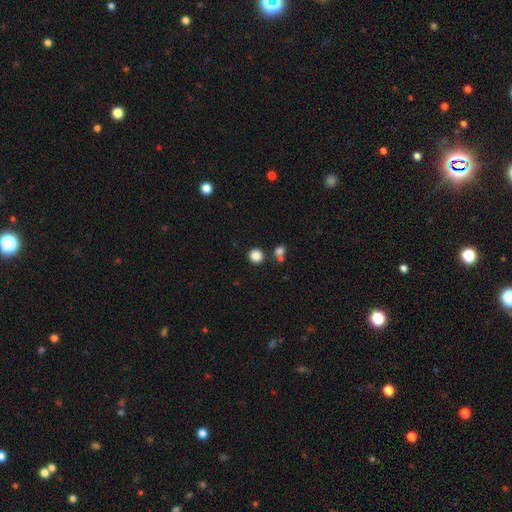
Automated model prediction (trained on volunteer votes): A smooth galaxy with no disk features (85%) that is round (92%).

Vote fractions:
- Smooth or featured? smooth: 85% / star or artifact: 11% / featured or disk: 4%
- How rounded? round: 92% / in between: 7% / cigar-shaped: 1%
- Merging? none: 79% / merger: 11% / minor disturbance: 7% / major disturbance: 3%